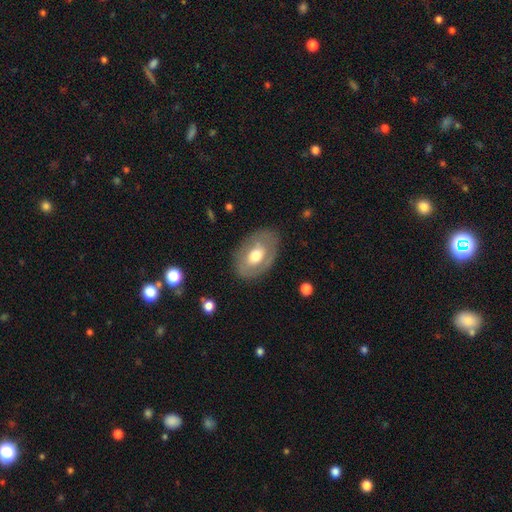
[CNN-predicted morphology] This is possibly a smooth galaxy (49%). Merging: likely none (78%).